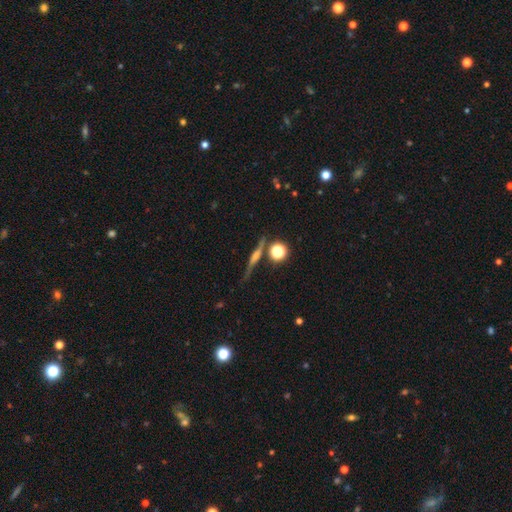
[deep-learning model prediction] The model was most divided on "smooth or featured": featured or disk: 62%, smooth: 26%, star or artifact: 12%. More confident: edge-on disk — yes (95%); merging — none (79%); edge-on bulge — rounded (62%).